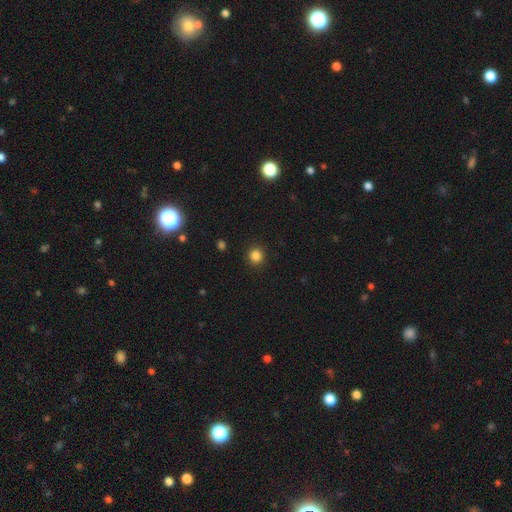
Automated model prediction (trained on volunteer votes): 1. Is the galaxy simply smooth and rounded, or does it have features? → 84% smooth, 12% star or artifact, 4% featured or disk.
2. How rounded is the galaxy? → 93% round, 6% in between, 1% cigar-shaped.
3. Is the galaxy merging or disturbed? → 92% none, 5% minor disturbance, 2% major disturbance, 1% merger.